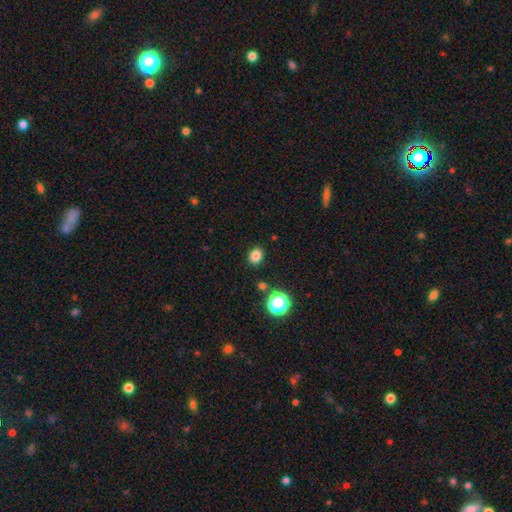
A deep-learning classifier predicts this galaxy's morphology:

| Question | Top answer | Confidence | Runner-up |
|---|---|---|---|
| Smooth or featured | smooth | 82% | star or artifact (13%) |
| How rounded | round | 59% | in between (40%) |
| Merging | none | 88% | minor disturbance (7%) |